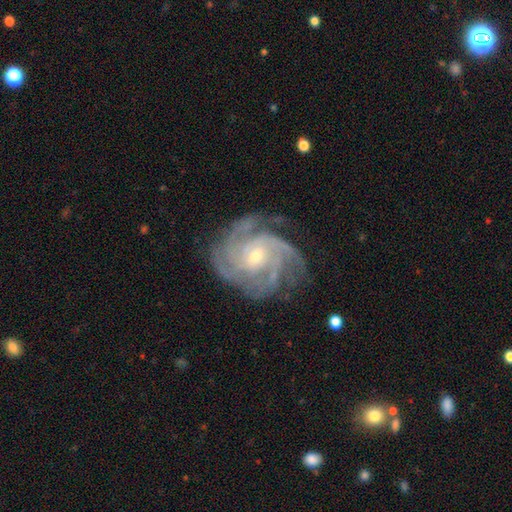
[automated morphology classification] A featured or disk galaxy (91%) with no bar (58%), 4 (37%) tight (63%) spiral arms (98%) and a small central bulge (59%). Merging: none (73%).